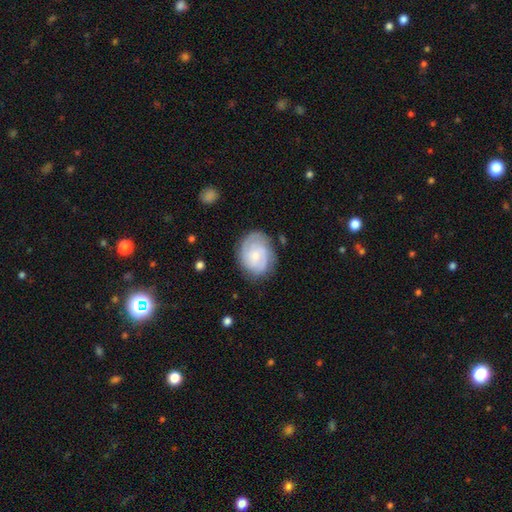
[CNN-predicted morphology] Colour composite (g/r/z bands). It shows a featured or disk galaxy (64%) with no bar (64%), 2 (33%) tight (58%) spiral arms (90%) and a small central bulge (62%). Merging: none (74%).